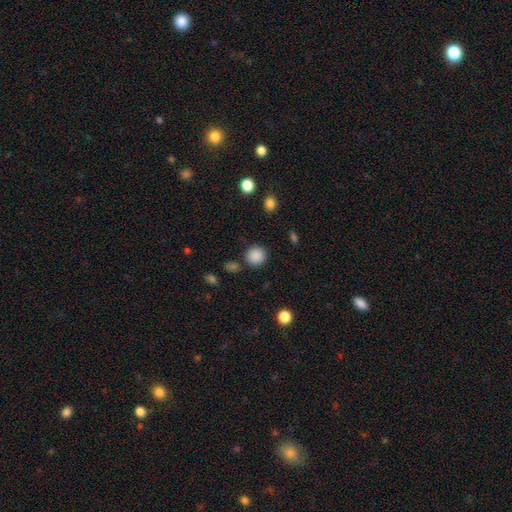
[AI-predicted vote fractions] Smooth or featured? Predicted: smooth (p=0.87). How rounded? Predicted: round (p=0.91). Merging? Predicted: none (p=0.86).